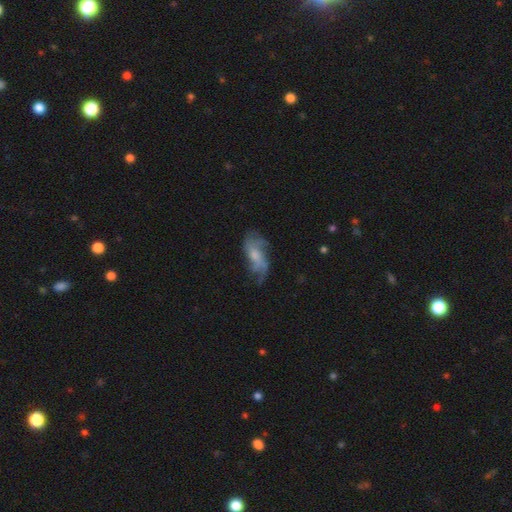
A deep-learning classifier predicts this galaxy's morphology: This is likely a featured or disk galaxy (67%). It is clearly not viewed edge-on (94%). Bar: likely no (65%). Spiral arm pattern: clearly yes (85%). Spiral arm count: marginally 3 (28%). Spiral winding: marginally loose (41%). Central bulge: possibly moderate (46%). Merging: possibly none (54%).